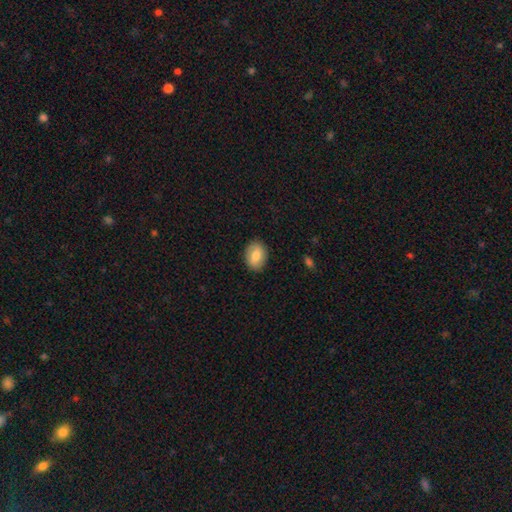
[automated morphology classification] smooth_or_featured: smooth (p=0.79) [alt: featured or disk p=0.14]
how_rounded: in between (p=0.75) [alt: round p=0.24]
merging: none (p=0.88) [alt: minor disturbance p=0.09]